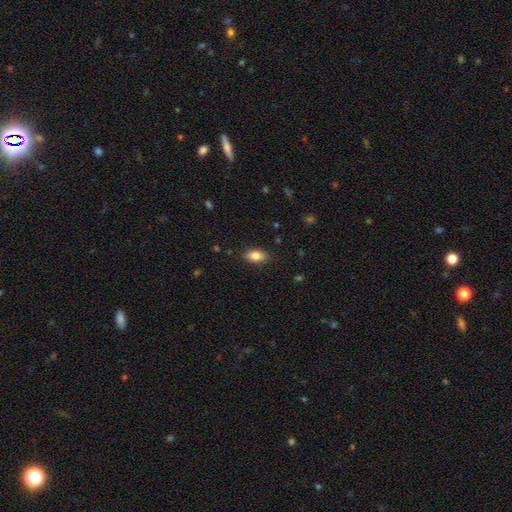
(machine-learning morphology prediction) Smooth or featured? smooth (82%)
How rounded? in between (89%)
Merging? none (86%)